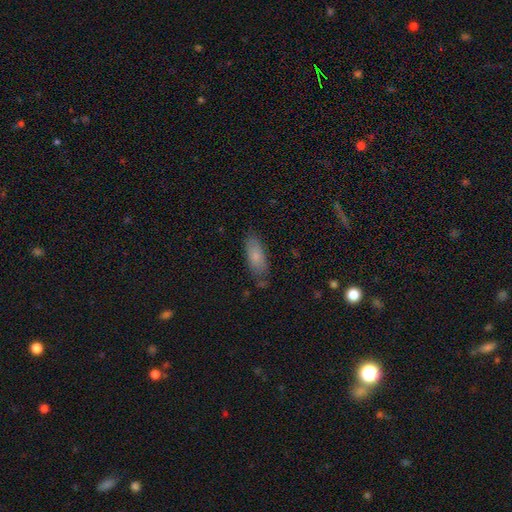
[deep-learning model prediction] smooth-or-featured: smooth: 79% | featured or disk: 13% | star or artifact: 8%
  how-rounded: in between: 78% | cigar-shaped: 20% | round: 2%
  merging: none: 77% | minor disturbance: 16% | major disturbance: 4% | merger: 3%